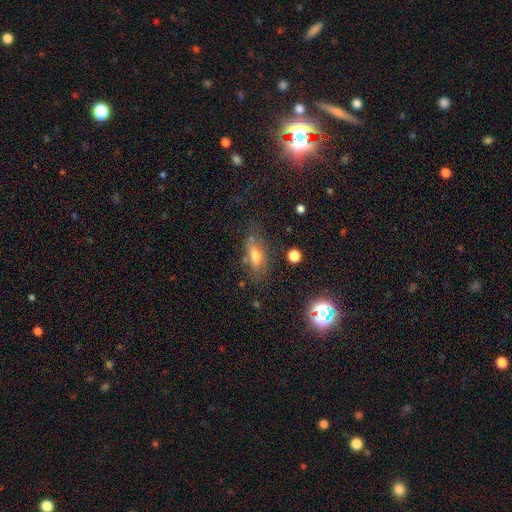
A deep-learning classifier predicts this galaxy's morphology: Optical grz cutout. It shows a smooth galaxy with no disk features (57%) that is in between round and cigar-shaped (73%). Merging: none (61%).